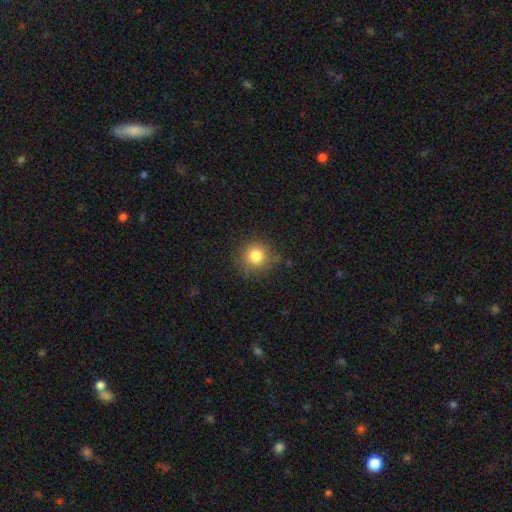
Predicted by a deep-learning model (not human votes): Smooth or featured?
  - smooth: 82% *
  - star or artifact: 12%
  - featured or disk: 6%
How rounded?
  - round: 93% *
  - in between: 6%
  - cigar-shaped: 1%
Merging?
  - none: 84% *
  - minor disturbance: 11%
  - major disturbance: 3%
  - merger: 2%